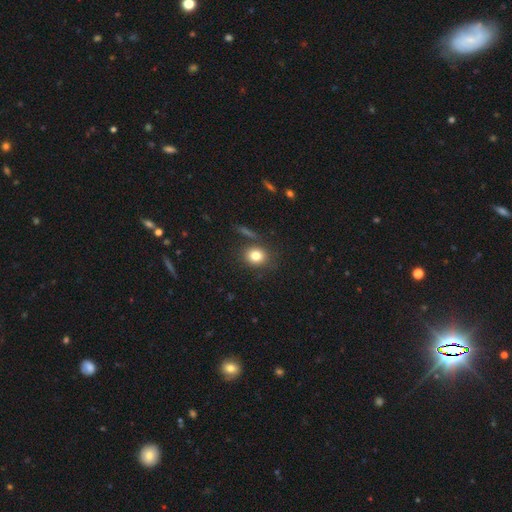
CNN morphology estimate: type=smooth (80%); roundness=round (72%); merging=none (80%).